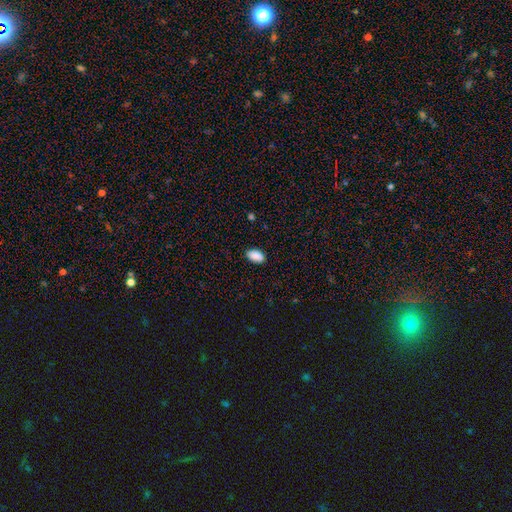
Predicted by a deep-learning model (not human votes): smooth_or_featured: smooth (p=0.89) [alt: star or artifact p=0.07]
how_rounded: in between (p=0.92) [alt: round p=0.06]
merging: none (p=0.85) [alt: minor disturbance p=0.11]